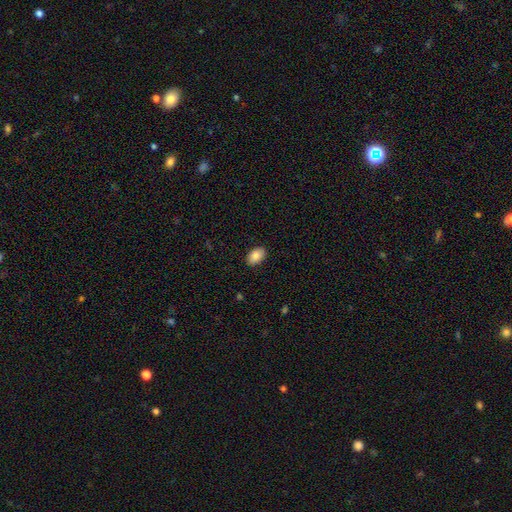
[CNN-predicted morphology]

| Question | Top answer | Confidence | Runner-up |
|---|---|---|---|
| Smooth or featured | smooth | 88% | star or artifact (7%) |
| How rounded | in between | 91% | round (7%) |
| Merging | none | 88% | minor disturbance (9%) |